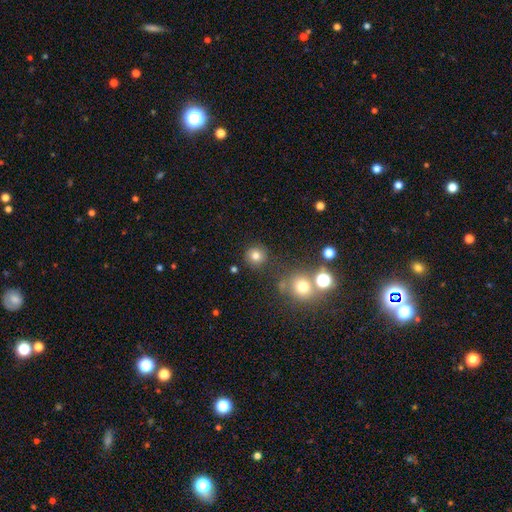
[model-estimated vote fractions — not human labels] Overall: smooth (78%). How rounded: round (93%). Merging: none (84%).